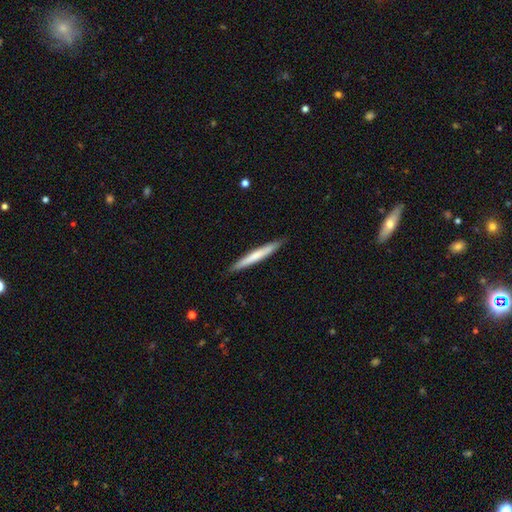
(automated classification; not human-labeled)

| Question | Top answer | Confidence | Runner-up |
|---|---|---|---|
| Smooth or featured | smooth | 61% | featured or disk (35%) |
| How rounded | cigar-shaped | 96% | in between (3%) |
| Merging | none | 90% | minor disturbance (7%) |